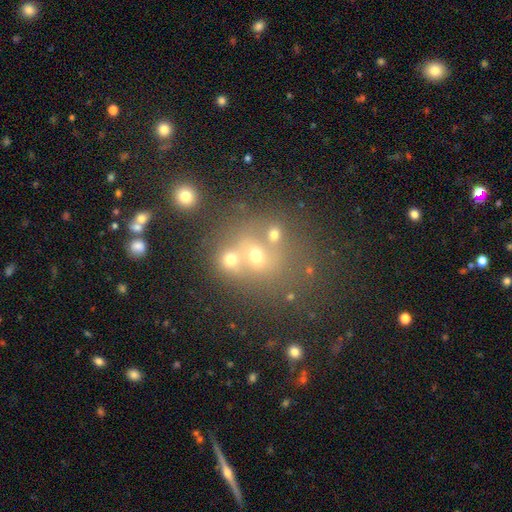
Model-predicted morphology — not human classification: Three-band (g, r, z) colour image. It shows a smooth galaxy with no disk features (52%) that is round (67%). Merging: none (43%).